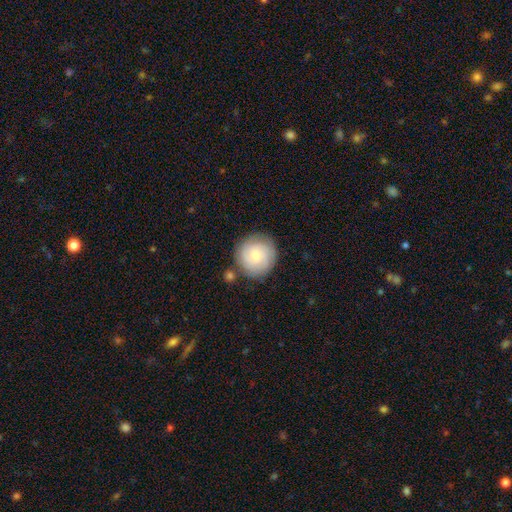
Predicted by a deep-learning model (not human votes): Smooth or featured?
  - smooth: 64% *
  - featured or disk: 30%
  - star or artifact: 6%
How rounded?
  - round: 94% *
  - in between: 5%
  - cigar-shaped: 1%
Merging?
  - none: 78% *
  - minor disturbance: 13%
  - merger: 5%
  - major disturbance: 4%